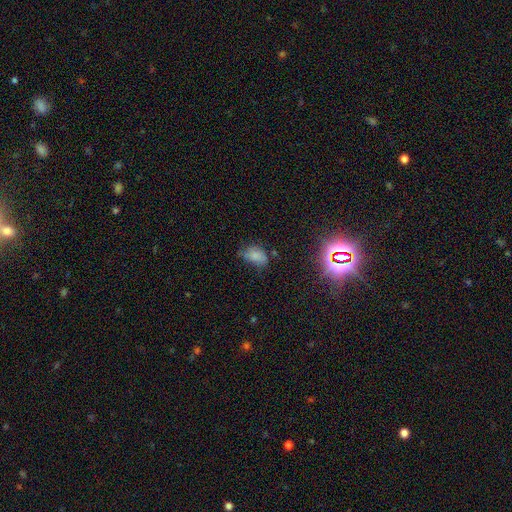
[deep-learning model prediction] This is likely a smooth galaxy (72%). How rounded: clearly in between (85%). Merging: possibly none (49%).